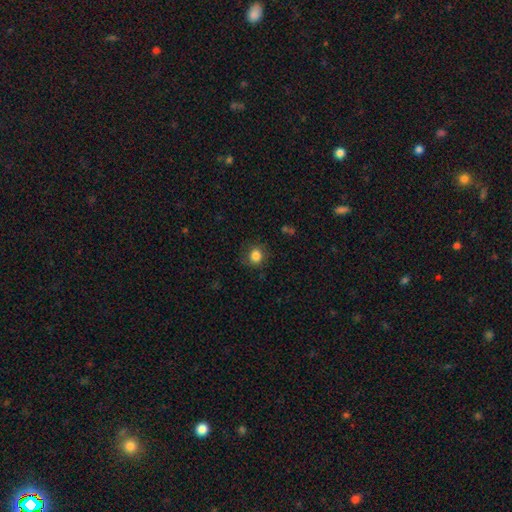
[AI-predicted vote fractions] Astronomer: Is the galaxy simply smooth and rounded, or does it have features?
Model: smooth — 84%.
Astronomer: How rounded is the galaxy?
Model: round — 83%.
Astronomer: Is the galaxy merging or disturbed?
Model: none — 81%.